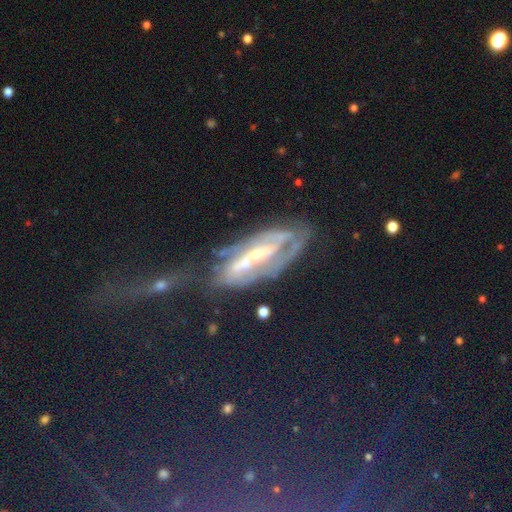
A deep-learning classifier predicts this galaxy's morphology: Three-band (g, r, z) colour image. It shows a featured or disk galaxy (61%). Merging: none (57%).